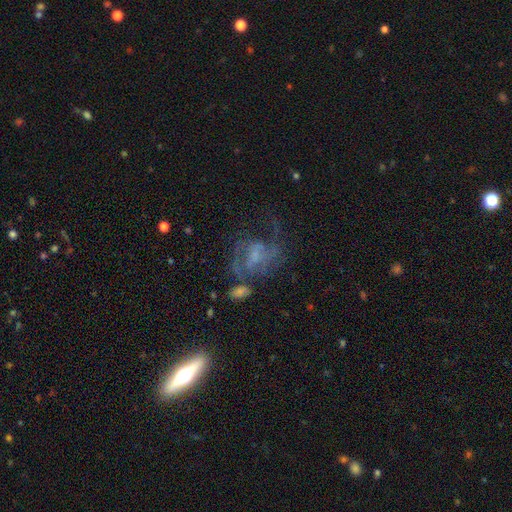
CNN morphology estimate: Smooth or featured?
  - featured or disk: 71% *
  - smooth: 16%
  - star or artifact: 13%
Edge-on disk?
  - no: 97% *
  - yes: 3%
Bar?
  - no: 43% * (tied)
  - weak: 43% * (tied)
  - strong: 13%
Spiral arms?
  - yes: 75% *
  - no: 25%
Spiral winding?
  - medium: 45% *
  - loose: 34%
  - tight: 21%
Spiral arm count?
  - 2: 47% *
  - can't tell: 28%
  - 1: 9%
  - 3: 9%
  - 4: 3%
  - more than 4: 3%
Bulge size?
  - small: 42% *
  - none: 30%
  - moderate: 22%
  - large: 4%
  - dominant: 1%
Merging?
  - none: 41% *
  - major disturbance: 33%
  - minor disturbance: 17%
  - merger: 10%